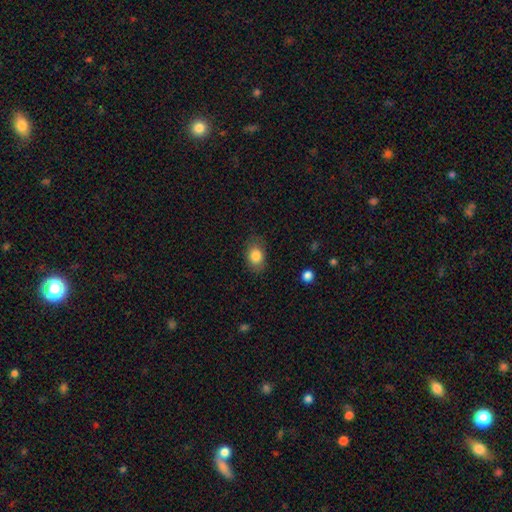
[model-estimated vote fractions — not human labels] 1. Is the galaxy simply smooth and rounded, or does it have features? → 84% smooth, 8% star or artifact, 8% featured or disk.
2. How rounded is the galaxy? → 73% in between, 26% round, 1% cigar-shaped.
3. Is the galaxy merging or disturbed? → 80% none, 15% minor disturbance, 4% major disturbance, 1% merger.